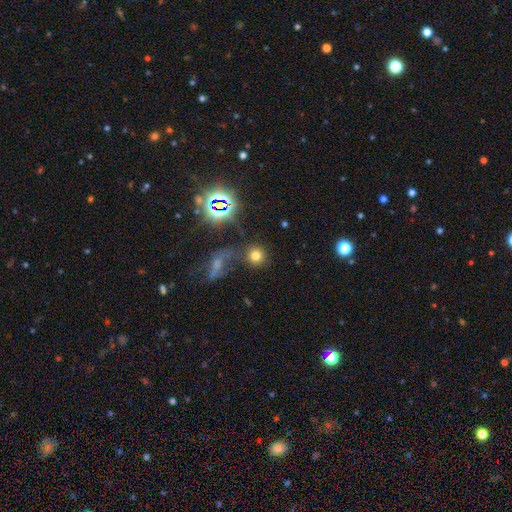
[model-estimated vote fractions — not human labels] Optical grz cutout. It shows a smooth galaxy with no disk features (66%) that is round (90%). Merging: none (73%).